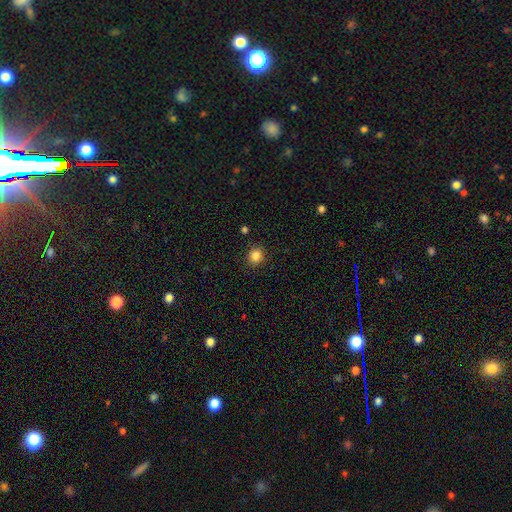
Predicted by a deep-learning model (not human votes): Smooth or featured?
  - smooth: 85% *
  - star or artifact: 11%
  - featured or disk: 4%
How rounded?
  - round: 83% *
  - in between: 16%
  - cigar-shaped: 1%
Merging?
  - none: 90% *
  - minor disturbance: 7%
  - major disturbance: 2%
  - merger: 1%